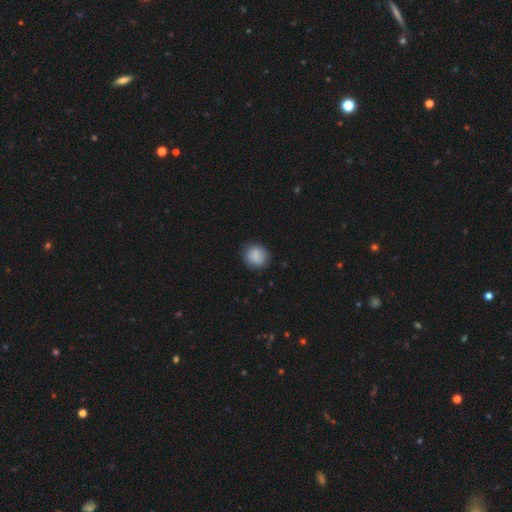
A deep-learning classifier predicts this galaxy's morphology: Overall: smooth (87%). How rounded: round (83%). Merging: none (83%).